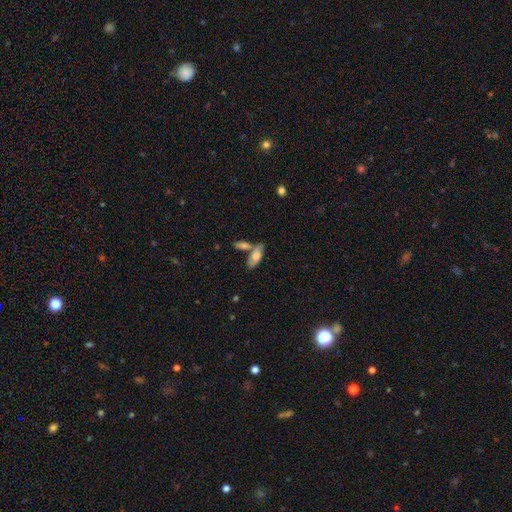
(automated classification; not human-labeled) The model was most divided on "merging": none: 46%, merger: 35%, minor disturbance: 14%, major disturbance: 5%. More confident: how rounded — in between (76%); smooth or featured — smooth (66%).